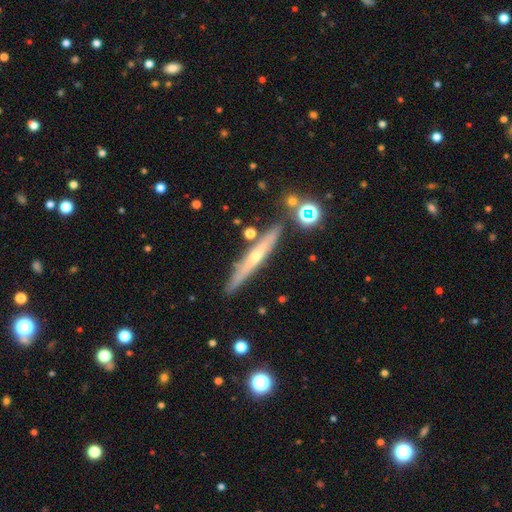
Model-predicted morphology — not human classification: This appears to be a featured or disk galaxy (62%) viewed edge-on (92%) with a rounded central bulge (66%). Merging: none (83%).